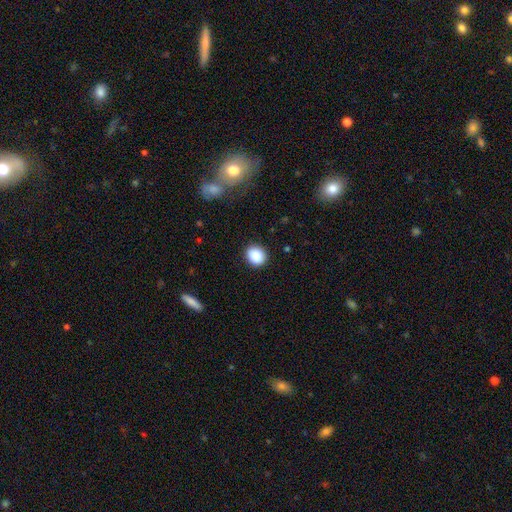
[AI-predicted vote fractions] Morphology: type=smooth (89%); roundness=round (76%); merging=none (89%).